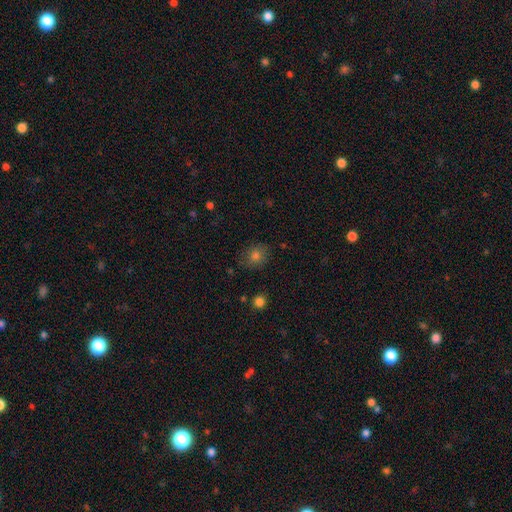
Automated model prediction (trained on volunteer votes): Overall: smooth (76%). How rounded: round (65%; in between 34%). Merging: none (82%).